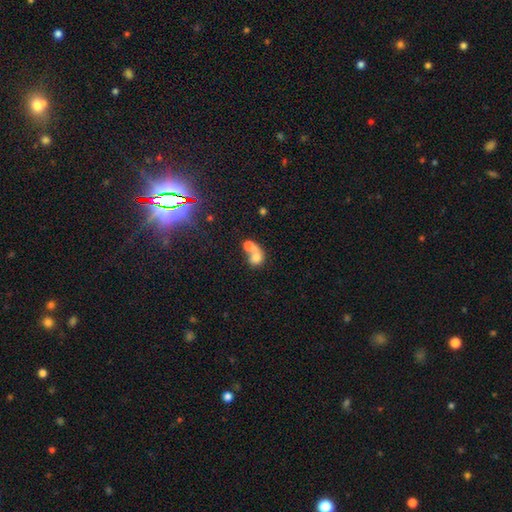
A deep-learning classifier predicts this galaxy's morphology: Q: Smooth or featured?
A: smooth (65%); runner-up: featured or disk (25%)
Q: How rounded?
A: round (51%); runner-up: in between (47%)
Q: Merging?
A: merger (72%); runner-up: none (14%)